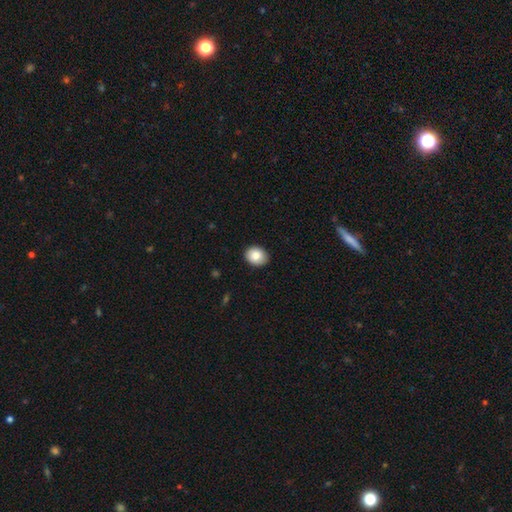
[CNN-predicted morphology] smooth 83%, featured or disk 9%, star or artifact 8%. Down the decision tree: how rounded — round (53%); merging — none (90%).